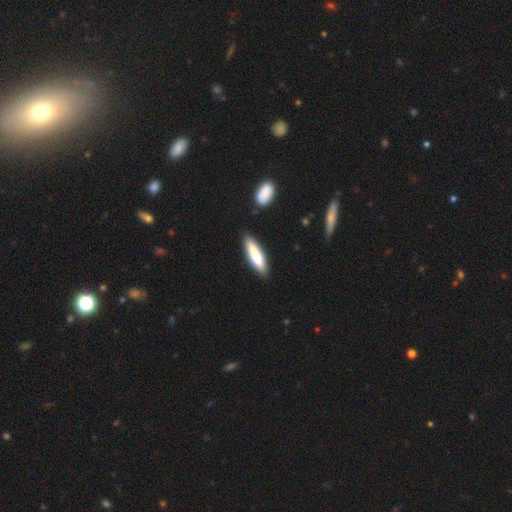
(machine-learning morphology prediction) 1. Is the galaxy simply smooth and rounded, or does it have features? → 76% smooth, 19% featured or disk, 5% star or artifact.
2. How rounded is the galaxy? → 71% cigar-shaped, 27% in between, 1% round.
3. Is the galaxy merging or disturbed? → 85% none, 10% minor disturbance, 2% merger, 2% major disturbance.